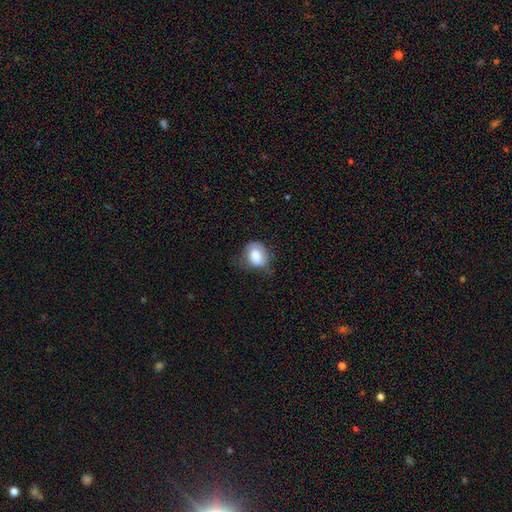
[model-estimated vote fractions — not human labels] Smooth or featured: smooth — 77% (featured or disk — 15%)
How rounded: in between — 56% (round — 43%)
Merging: none — 49% (minor disturbance — 34%)